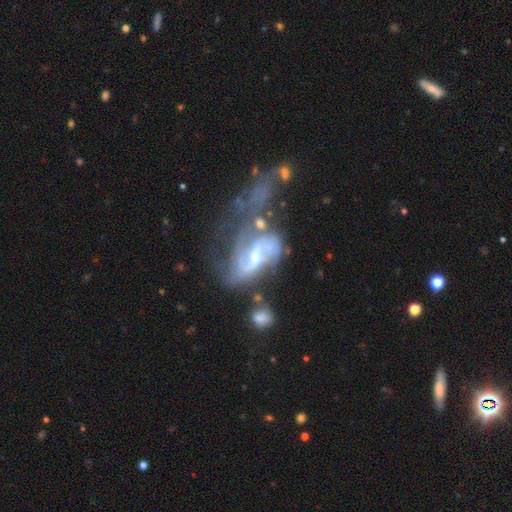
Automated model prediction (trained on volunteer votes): smooth-or-featured: featured or disk: 83% | smooth: 10% | star or artifact: 7%
  disk-edge-on: no: 96% | yes: 4%
    bar: weak: 48% | no: 29% | strong: 23%
    has-spiral-arms: yes: 88% | no: 12%
      spiral-winding: medium: 41% | loose: 38% | tight: 21%
      spiral-arm-count: 2: 63% | can't tell: 19% | 1: 6% | 3: 6% | 4: 2% | more than 4: 2%
    bulge-size: small: 46% | moderate: 40% | none: 9% | large: 4% | dominant: 1%
  merging: major disturbance: 34% | merger: 32% | none: 20% | minor disturbance: 14%